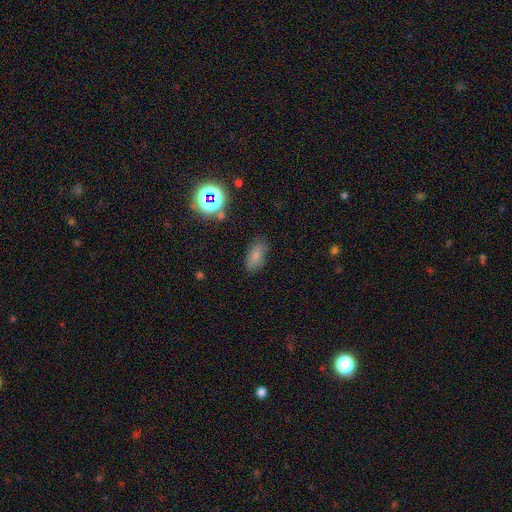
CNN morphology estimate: Smooth or featured?
  - smooth: 75% *
  - star or artifact: 13%
  - featured or disk: 12%
How rounded?
  - in between: 88% *
  - cigar-shaped: 7%
  - round: 6%
Merging?
  - none: 77% *
  - minor disturbance: 16%
  - major disturbance: 5%
  - merger: 3%